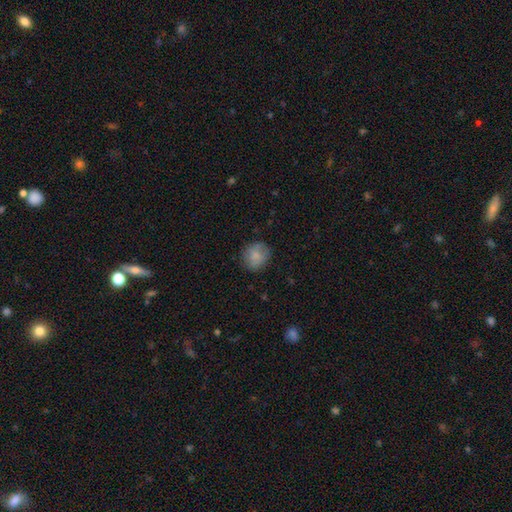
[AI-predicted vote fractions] Smooth or featured?
  - smooth: 82% *
  - featured or disk: 10%
  - star or artifact: 8%
How rounded?
  - round: 78% *
  - in between: 21%
  - cigar-shaped: 1%
Merging?
  - none: 78% *
  - minor disturbance: 16%
  - major disturbance: 5%
  - merger: 1%